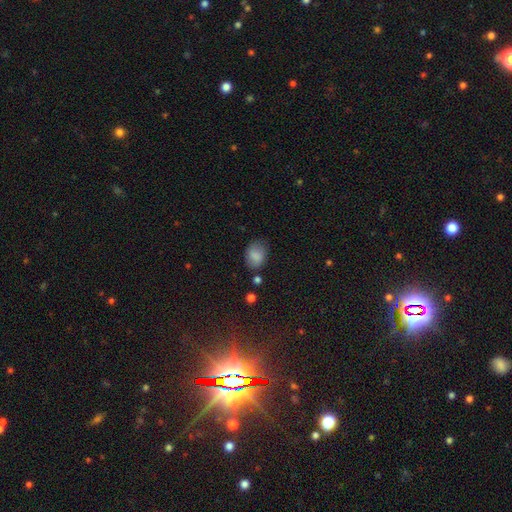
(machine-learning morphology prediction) Smooth or featured?
  - smooth: 84% *
  - star or artifact: 9%
  - featured or disk: 7%
How rounded?
  - in between: 70% *
  - round: 29%
  - cigar-shaped: 1%
Merging?
  - none: 70% *
  - minor disturbance: 22%
  - major disturbance: 5%
  - merger: 3%